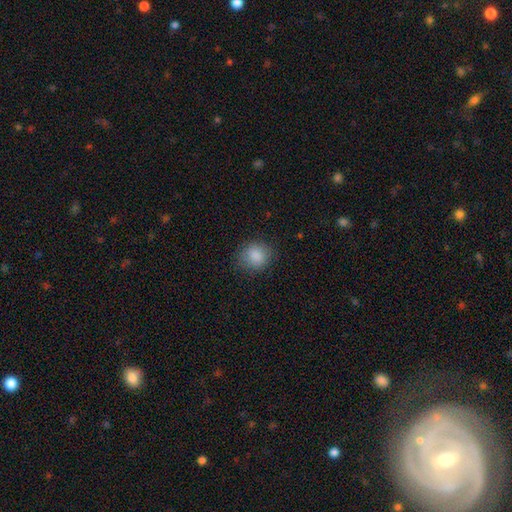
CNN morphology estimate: This appears to be a smooth galaxy with no disk features (87%) that is round (73%). Merging: none (83%).